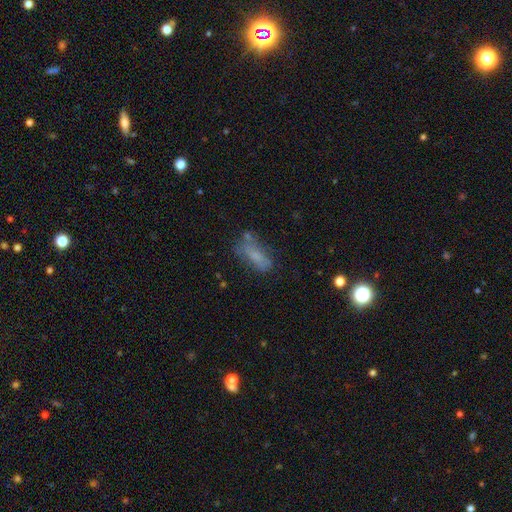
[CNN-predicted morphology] This appears to be a smooth galaxy with no disk features (61%) that is in between round and cigar-shaped (68%). Merging: none (48%).